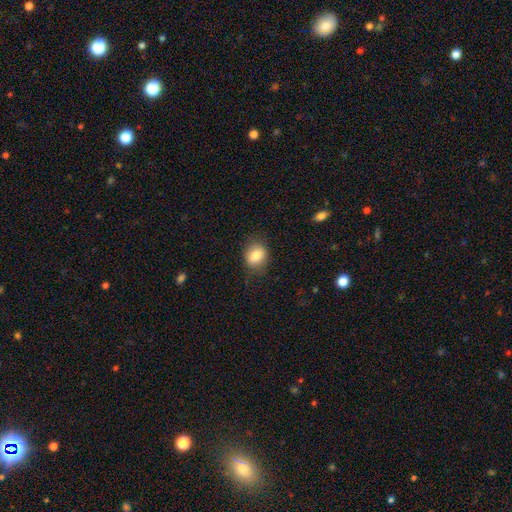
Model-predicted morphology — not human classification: Smooth or featured?
  - smooth: 81% *
  - featured or disk: 10%
  - star or artifact: 9%
How rounded?
  - in between: 53% *
  - round: 46%
  - cigar-shaped: 1%
Merging?
  - none: 78% *
  - minor disturbance: 16%
  - major disturbance: 5%
  - merger: 1%